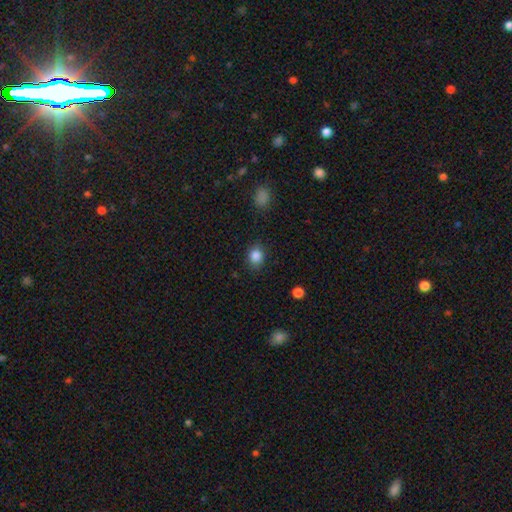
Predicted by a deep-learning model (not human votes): Smooth or featured?
  - smooth: 86% *
  - star or artifact: 10%
  - featured or disk: 4%
How rounded?
  - round: 51% *
  - in between: 48%
  - cigar-shaped: 1%
Merging?
  - none: 84% *
  - minor disturbance: 12%
  - major disturbance: 3%
  - merger: 1%